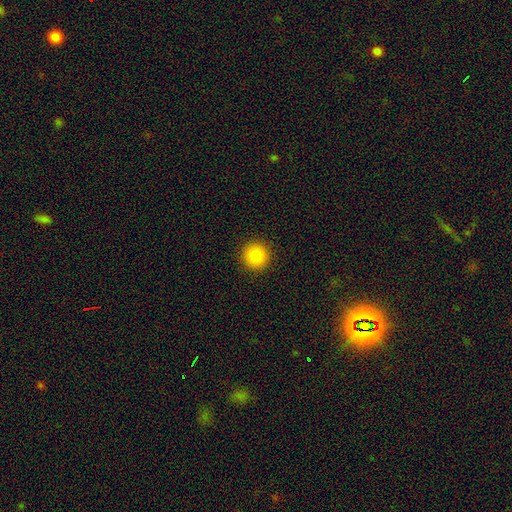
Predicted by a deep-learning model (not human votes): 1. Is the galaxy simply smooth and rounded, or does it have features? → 85% smooth, 10% star or artifact, 5% featured or disk.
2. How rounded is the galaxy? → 95% round, 4% in between, 1% cigar-shaped.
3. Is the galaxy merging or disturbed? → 92% none, 5% minor disturbance, 2% major disturbance, 1% merger.